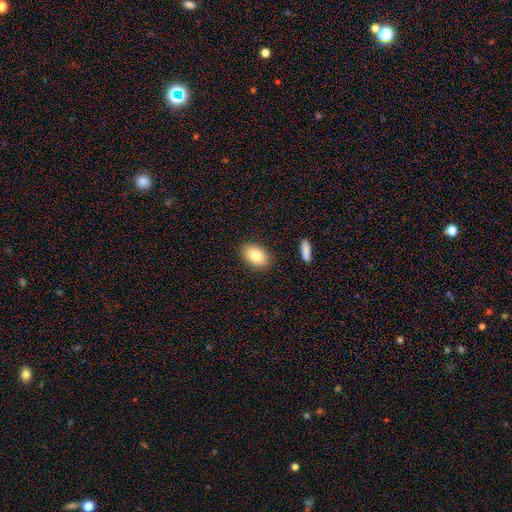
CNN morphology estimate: Smooth or featured? smooth (80%)
How rounded? in between (89%)
Merging? none (87%)